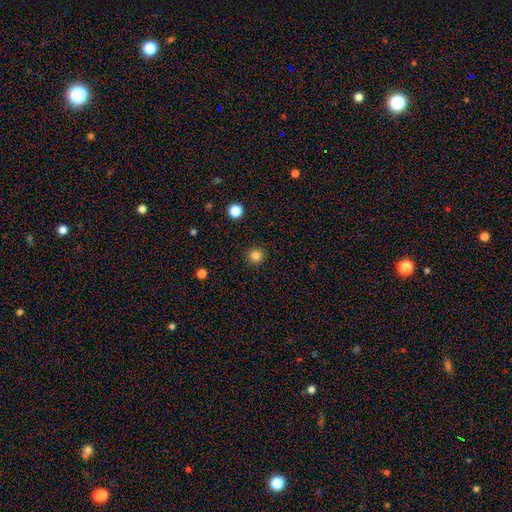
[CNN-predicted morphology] Smooth or featured?
  - smooth: 84% *
  - star or artifact: 12%
  - featured or disk: 4%
How rounded?
  - round: 92% *
  - in between: 7%
  - cigar-shaped: 1%
Merging?
  - none: 91% *
  - minor disturbance: 6%
  - major disturbance: 2%
  - merger: 1%